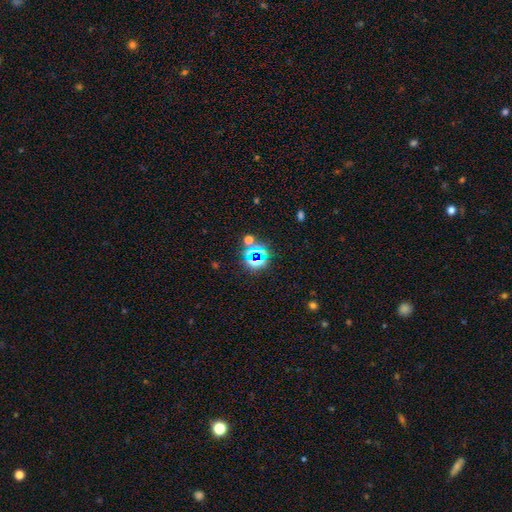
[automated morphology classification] The model was most divided on "smooth or featured": star or artifact: 72%, smooth: 19%, featured or disk: 9%.